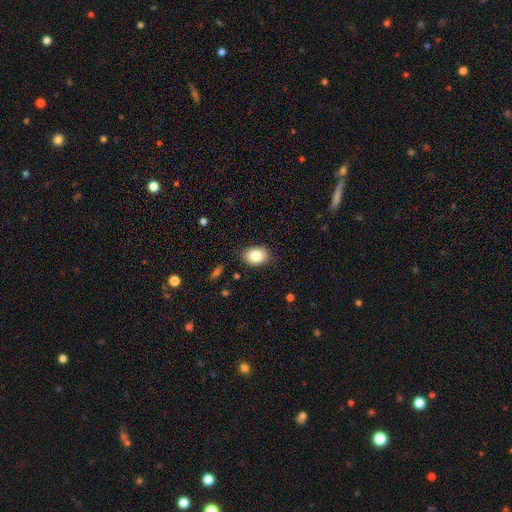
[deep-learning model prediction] This appears to be a smooth galaxy with no disk features (85%) that is in between round and cigar-shaped (68%). Merging: none (86%).